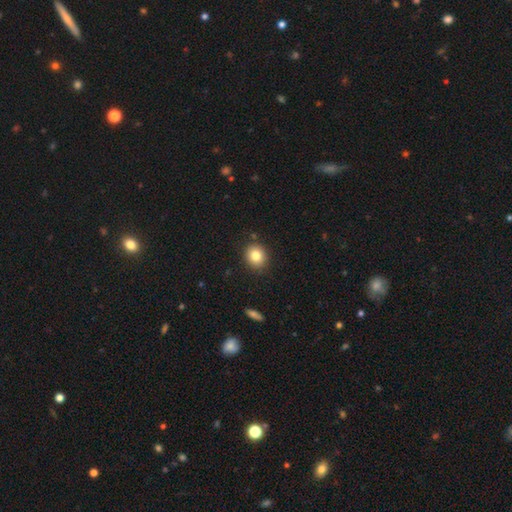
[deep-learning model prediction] This is clearly a smooth galaxy (82%). How rounded: likely round (78%). Merging: clearly none (88%).